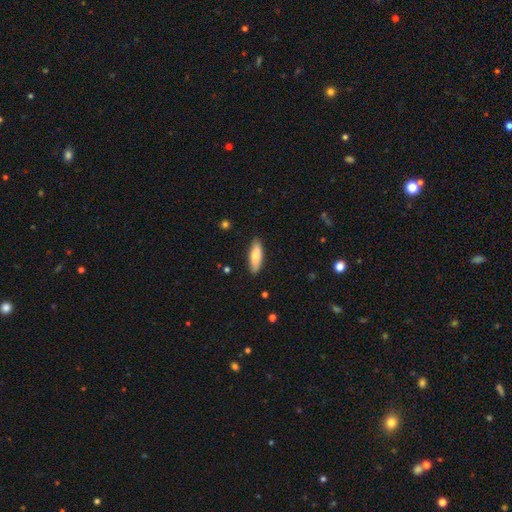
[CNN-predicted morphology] A smooth galaxy with no disk features (76%) that is in between round and cigar-shaped (59%). Merging: none (86%).